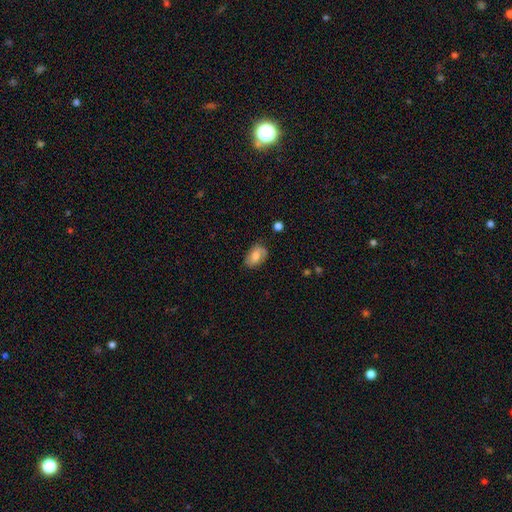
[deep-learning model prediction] The model was most divided on "smooth or featured": smooth: 63%, featured or disk: 29%, star or artifact: 8%. More confident: how rounded — in between (86%); merging — none (72%).